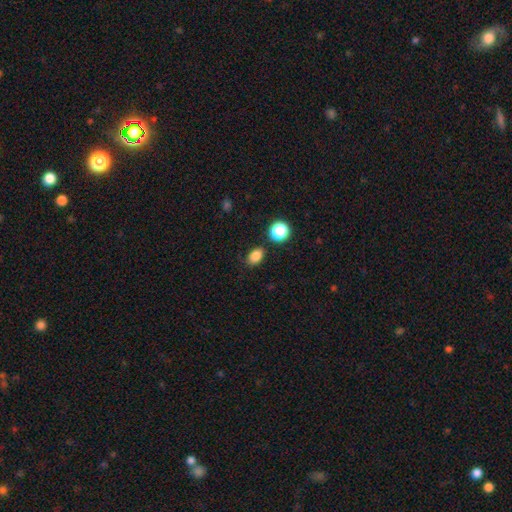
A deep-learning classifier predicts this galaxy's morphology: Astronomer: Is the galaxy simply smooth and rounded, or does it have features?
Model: smooth — 84%.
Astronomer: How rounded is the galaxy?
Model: in between — 78%.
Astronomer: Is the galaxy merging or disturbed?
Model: none — 80%.